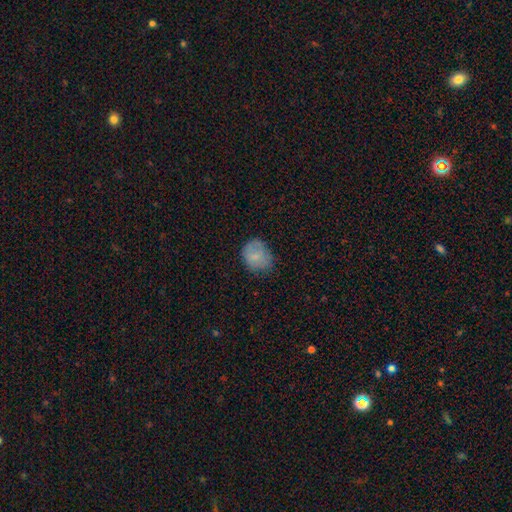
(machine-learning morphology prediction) Smooth or featured? smooth (79%)
How rounded? round (51%)
Merging? none (66%)